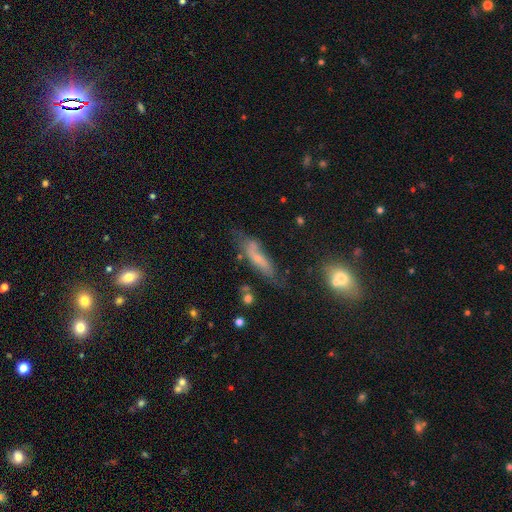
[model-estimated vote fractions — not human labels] Smooth or featured? featured or disk (45%, tied with smooth)
Merging? none (48%)